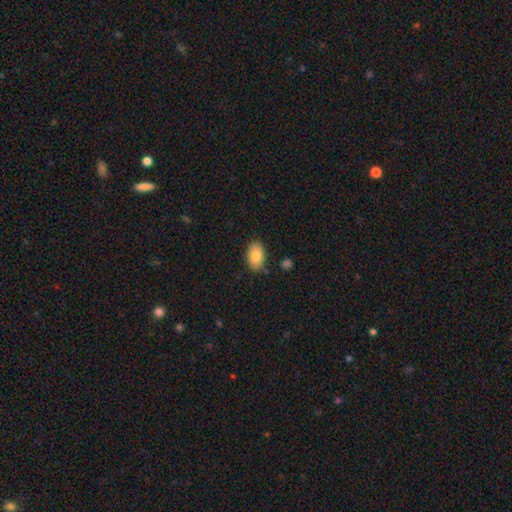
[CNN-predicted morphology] Smooth or featured?
  - smooth: 84% *
  - featured or disk: 9%
  - star or artifact: 7%
How rounded?
  - in between: 90% *
  - round: 9%
  - cigar-shaped: 1%
Merging?
  - none: 81% *
  - minor disturbance: 13%
  - merger: 3%
  - major disturbance: 3%